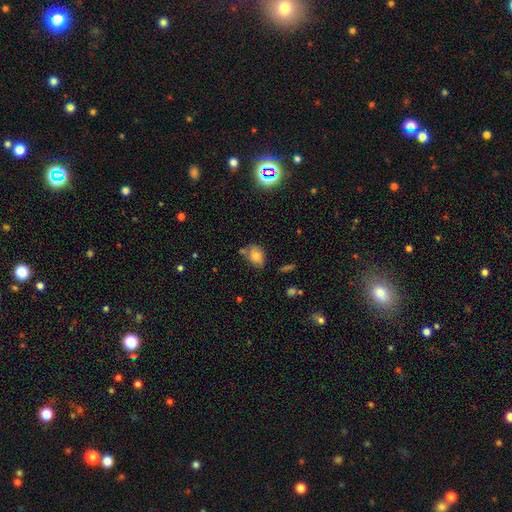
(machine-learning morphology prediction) Smooth or featured? Predicted: smooth (p=0.77). How rounded? Predicted: in between (p=0.71). Merging? Predicted: none (p=0.57).